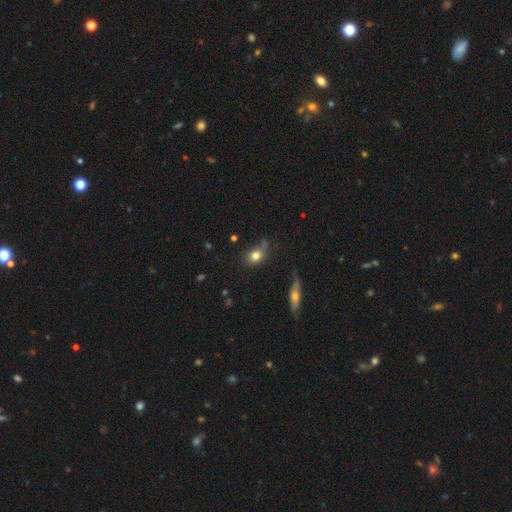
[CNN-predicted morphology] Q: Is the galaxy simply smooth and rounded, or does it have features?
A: smooth — 78%.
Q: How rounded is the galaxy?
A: in between — 56%.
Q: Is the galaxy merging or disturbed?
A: none — 58%.